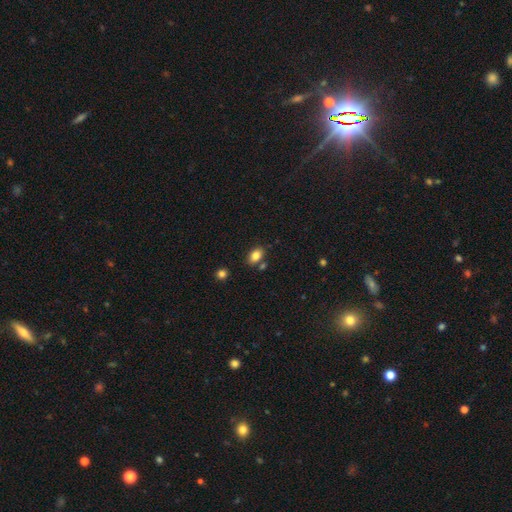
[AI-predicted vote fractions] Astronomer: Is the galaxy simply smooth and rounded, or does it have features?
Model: smooth — 84%.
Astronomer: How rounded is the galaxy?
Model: in between — 85%.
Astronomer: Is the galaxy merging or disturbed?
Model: none — 75%.